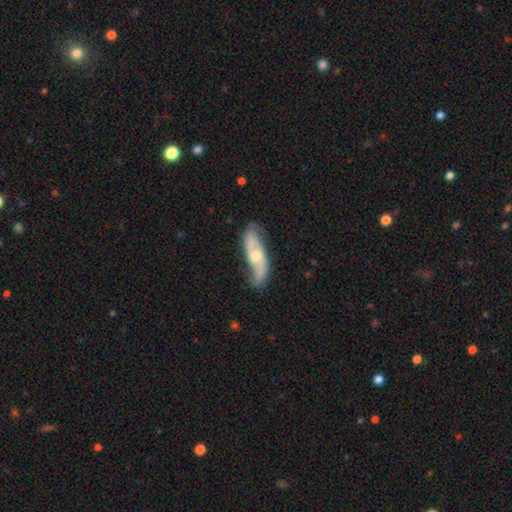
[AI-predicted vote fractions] This appears to be a featured or disk galaxy (69%) with no bar (58%), spiral arms (87%) and a moderate central bulge (63%). Merging: none (69%).